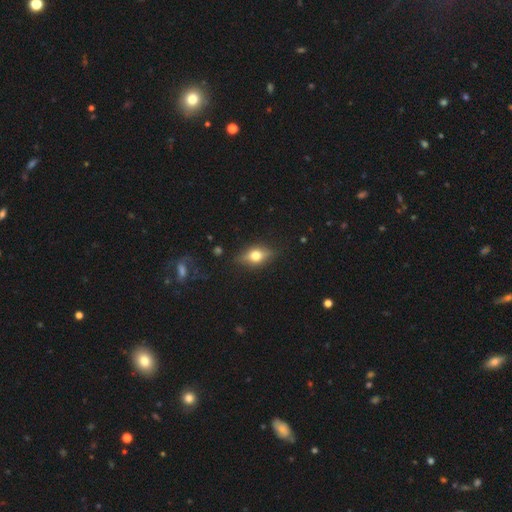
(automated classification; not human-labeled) The model was most divided on "smooth or featured" (2-way tie): smooth: 45%, featured or disk: 45%, star or artifact: 10%. More confident: merging — none (82%).